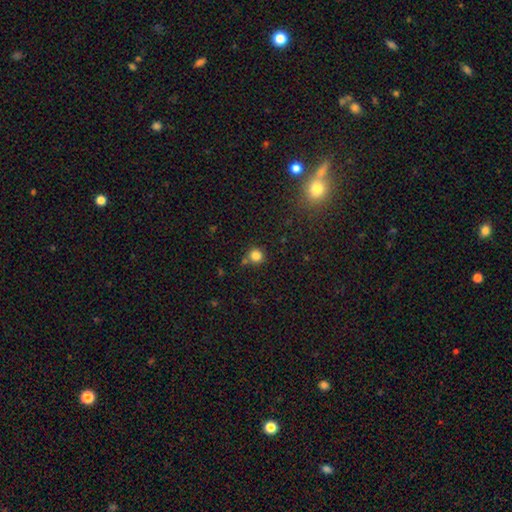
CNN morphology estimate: Smooth or featured: smooth — 82% (star or artifact — 12%)
How rounded: round — 90% (in between — 9%)
Merging: none — 71% (merger — 13%)